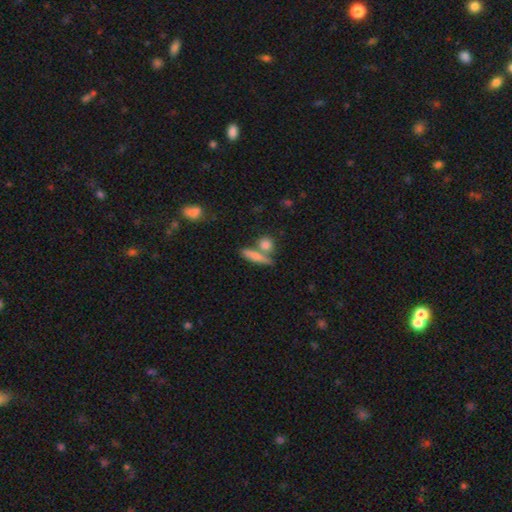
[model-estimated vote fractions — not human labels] Smooth or featured: smooth — 73% (featured or disk — 19%)
How rounded: cigar-shaped — 62% (in between — 27%)
Merging: none — 61% (merger — 24%)